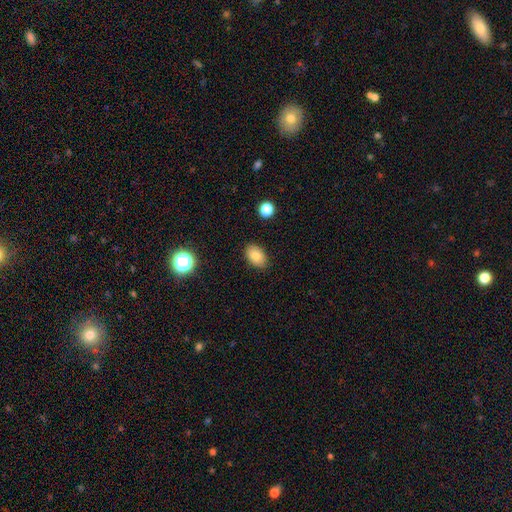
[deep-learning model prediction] Morphology: type=smooth (82%); roundness=in between (87%); merging=none (87%).